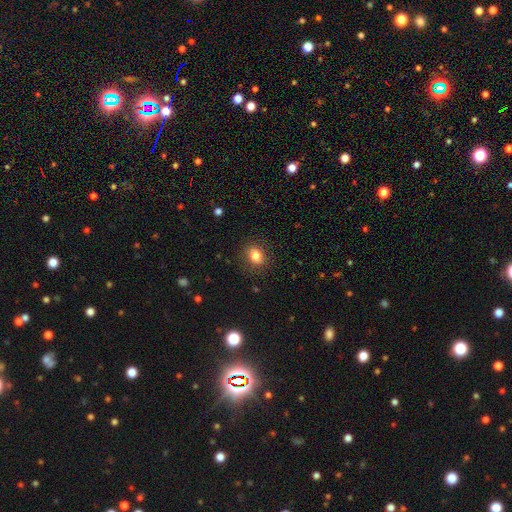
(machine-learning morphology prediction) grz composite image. It shows a smooth galaxy with no disk features (82%) that is in between round and cigar-shaped (55%). Merging: none (86%).